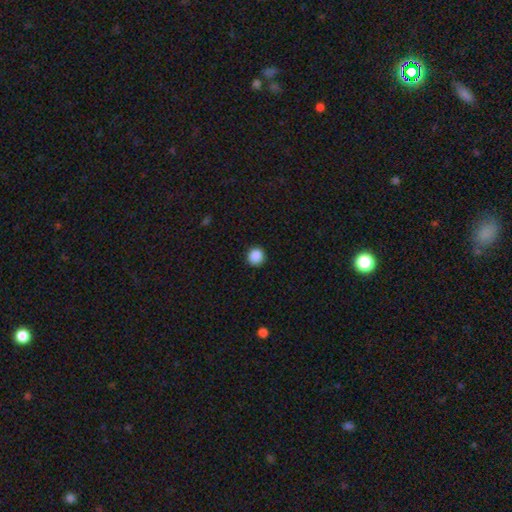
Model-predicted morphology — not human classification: The model was most divided on "smooth or featured": smooth: 88%, star or artifact: 10%, featured or disk: 3%. More confident: how rounded — round (94%); merging — none (91%).